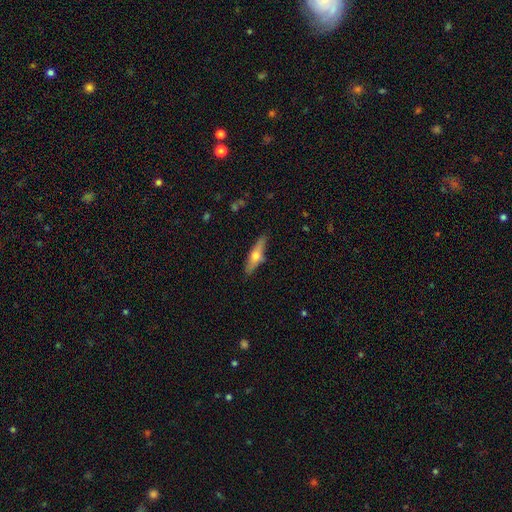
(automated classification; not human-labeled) A smooth galaxy with no disk features (51%) that is cigar-shaped (67%).

Vote fractions:
- Smooth or featured? smooth: 51% / featured or disk: 43% / star or artifact: 6%
- How rounded? cigar-shaped: 67% / in between: 30% / round: 2%
- Merging? none: 83% / minor disturbance: 13% / major disturbance: 2% / merger: 2%